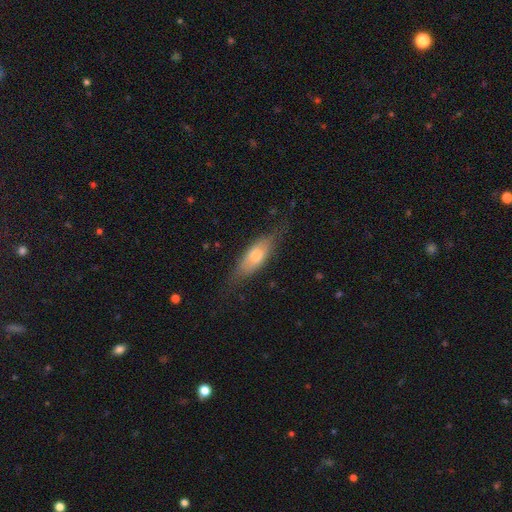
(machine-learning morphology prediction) Smooth or featured? Predicted: smooth (p=0.57). How rounded? Predicted: in between (p=0.58). Merging? Predicted: none (p=0.67).